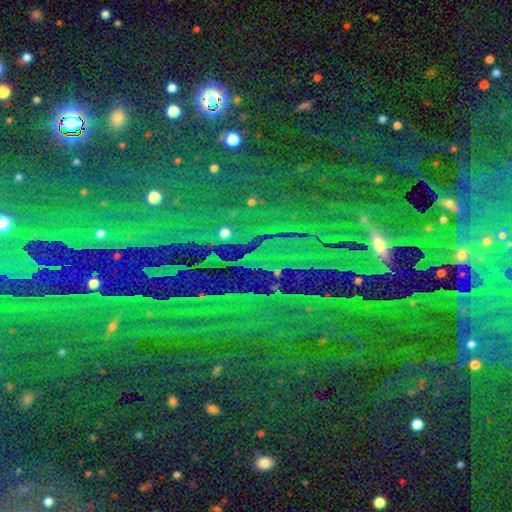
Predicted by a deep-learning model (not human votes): The model was most divided on "smooth or featured": star or artifact: 84%, featured or disk: 8%, smooth: 8%.